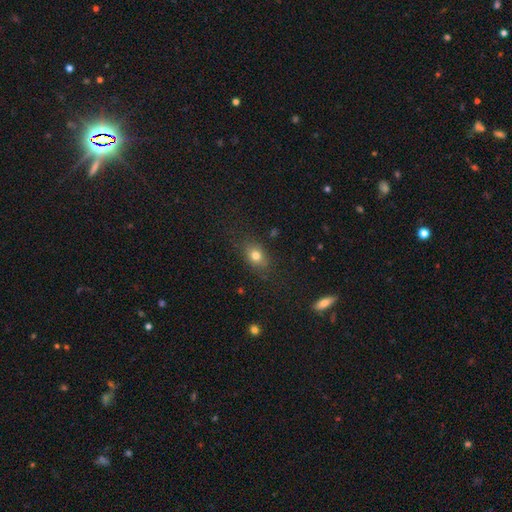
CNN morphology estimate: This appears to be a smooth galaxy with no disk features (78%) that is in between round and cigar-shaped (64%). Merging: none (79%).